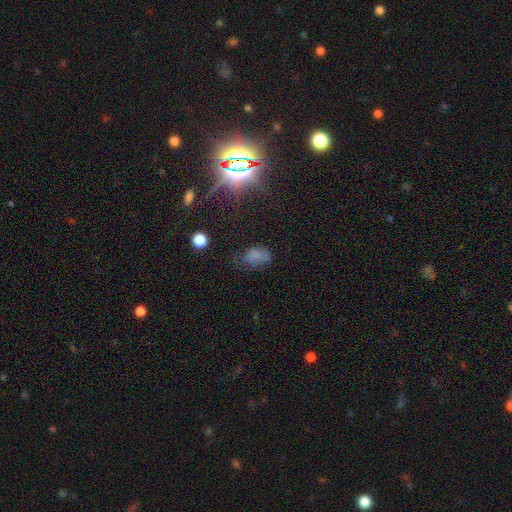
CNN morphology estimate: The model was most divided on "merging": none: 48%, minor disturbance: 30%, major disturbance: 19%, merger: 4%. More confident: how rounded — in between (87%); smooth or featured — smooth (61%).